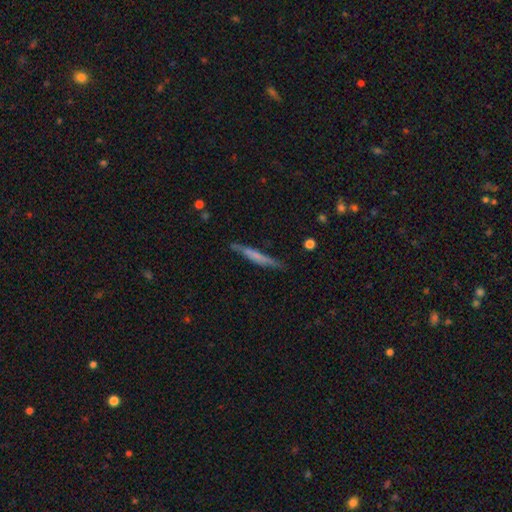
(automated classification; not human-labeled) Overall: smooth (55%; featured or disk 39%). How rounded: cigar-shaped (95%). Merging: none (81%).